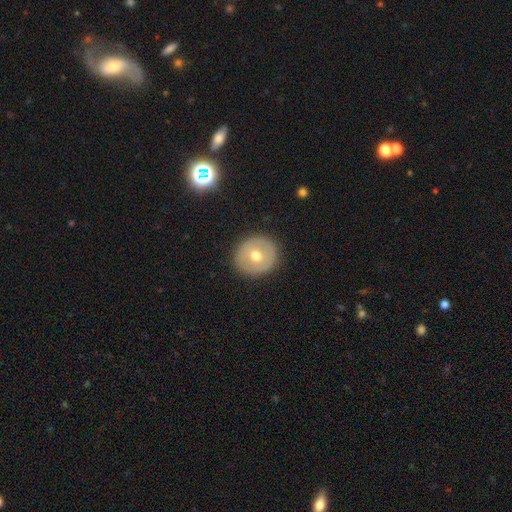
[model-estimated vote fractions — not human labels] Morphology: type=smooth (55%); roundness=round (91%); merging=none (90%).